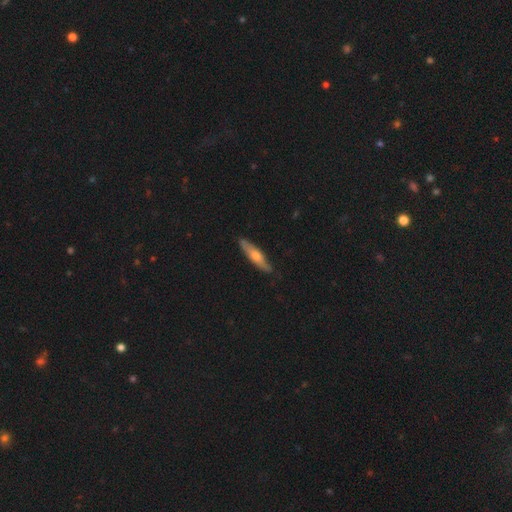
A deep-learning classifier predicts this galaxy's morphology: Q: Smooth or featured?
A: smooth (49%); runner-up: featured or disk (46%)
Q: Merging?
A: none (85%); runner-up: minor disturbance (12%)